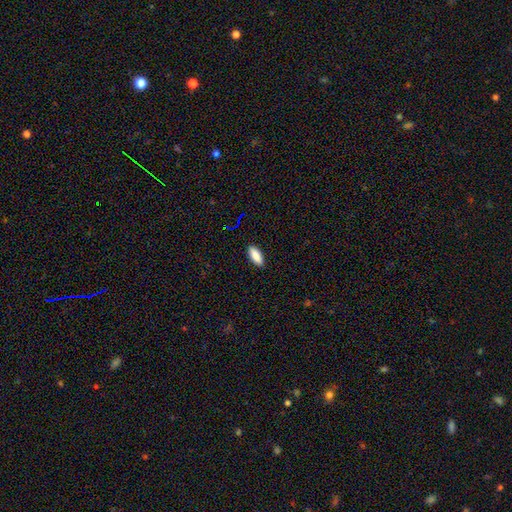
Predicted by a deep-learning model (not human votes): Smooth or featured: smooth — 88% (star or artifact — 7%)
How rounded: in between — 80% (cigar-shaped — 18%)
Merging: none — 90% (minor disturbance — 8%)